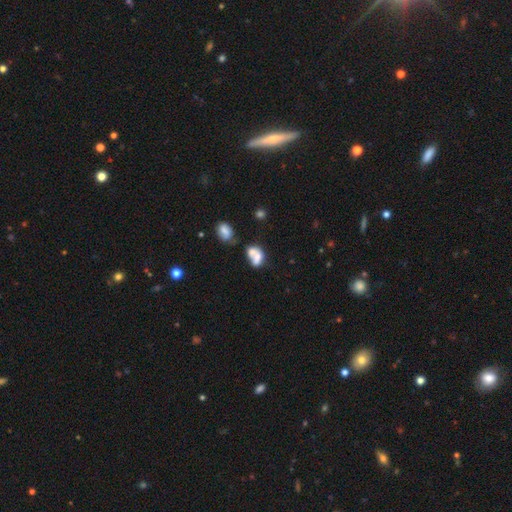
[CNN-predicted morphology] This is likely a smooth galaxy (61%). How rounded: likely in between (63%). Merging: likely merger (66%).